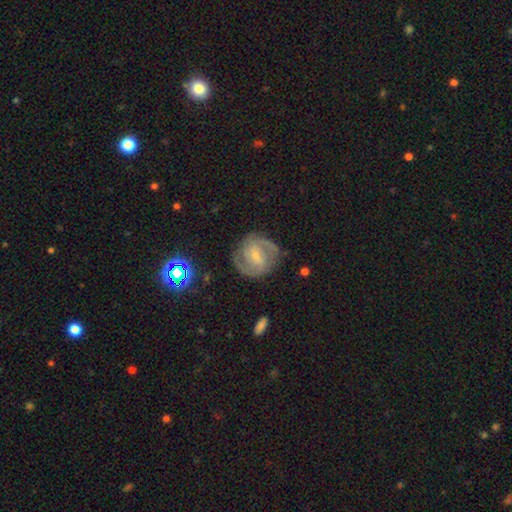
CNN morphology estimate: A featured or disk galaxy (84%) with a weak bar (50%), 2 (77%) medium (47%) spiral arms (96%) and a small central bulge (69%).

Vote fractions:
- Smooth or featured? featured or disk: 84% / smooth: 9% / star or artifact: 7%
- Edge-on disk? no: 98% / yes: 2%
- Bar? weak: 50% / strong: 26% / no: 24%
- Spiral arms? yes: 96% / no: 4%
- Spiral winding? medium: 47% / tight: 42% / loose: 10%
- Spiral arm count? 2: 77% / can't tell: 9% / 3: 8% / 1: 2% / 4: 2% / more than 4: 2%
- Bulge size? small: 69% / moderate: 25% / none: 4% / large: 1% / dominant: 1%
- Merging? none: 80% / minor disturbance: 13% / major disturbance: 5% / merger: 2%